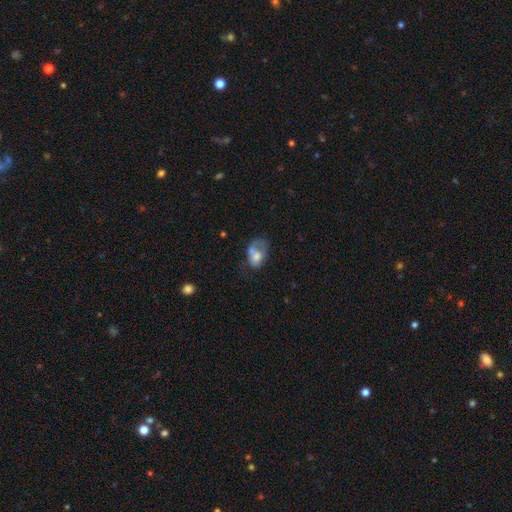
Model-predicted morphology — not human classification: Smooth or featured: smooth — 58% (featured or disk — 32%)
How rounded: in between — 81% (round — 18%)
Merging: major disturbance — 35% (none — 23%)